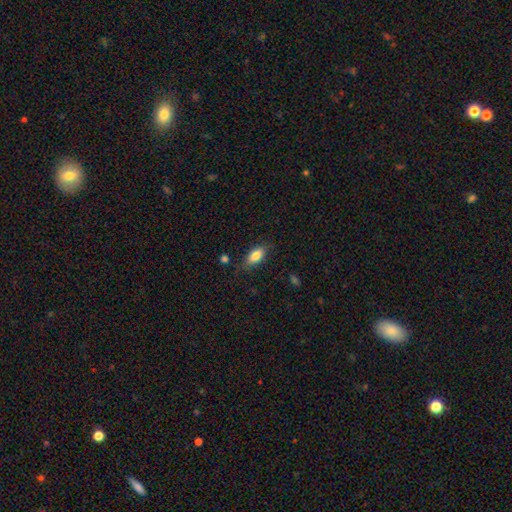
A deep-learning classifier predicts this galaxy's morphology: Smooth or featured? Predicted: smooth (p=0.83). How rounded? Predicted: in between (p=0.87). Merging? Predicted: none (p=0.78).